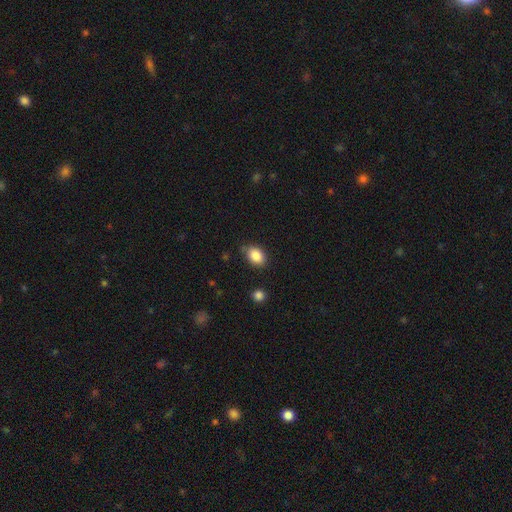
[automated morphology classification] Smooth or featured?
  - smooth: 88% *
  - star or artifact: 8%
  - featured or disk: 4%
How rounded?
  - in between: 76% *
  - round: 23%
  - cigar-shaped: 1%
Merging?
  - none: 79% *
  - minor disturbance: 16%
  - major disturbance: 3%
  - merger: 2%